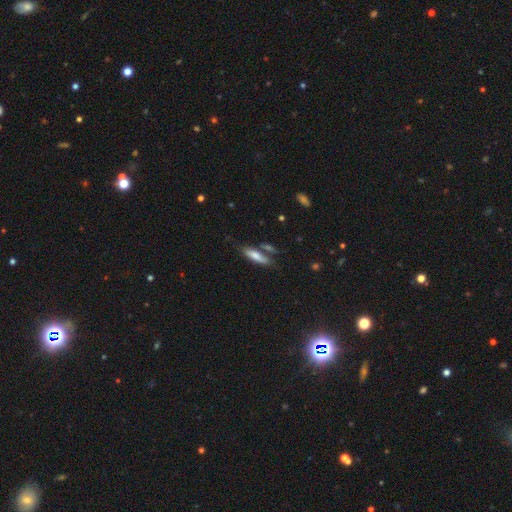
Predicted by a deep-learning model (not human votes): Smooth or featured? smooth (71%)
How rounded? cigar-shaped (61%)
Merging? none (60%)